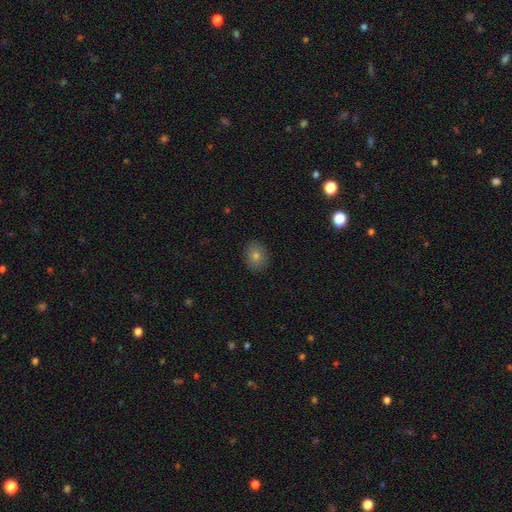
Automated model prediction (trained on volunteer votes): A smooth galaxy with no disk features (76%) that is round (60%). Merging: none (89%).